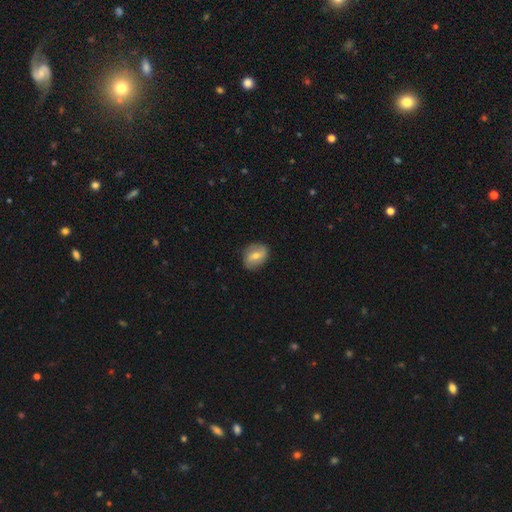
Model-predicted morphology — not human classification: This appears to be a smooth galaxy with no disk features (47%). Merging: none (84%).